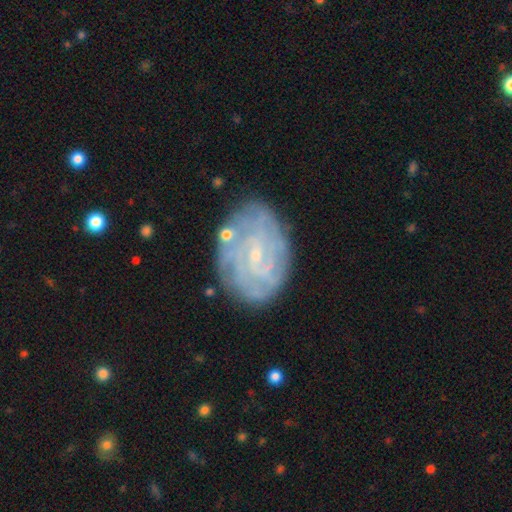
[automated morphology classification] This is likely a featured or disk galaxy (80%). It is clearly not viewed edge-on (97%). Bar: possibly no (47%). Spiral arm pattern: clearly yes (90%). Spiral arm count: possibly can't tell (47%). Spiral winding: likely tight (73%). Central bulge: likely small (80%). Merging: likely none (75%).